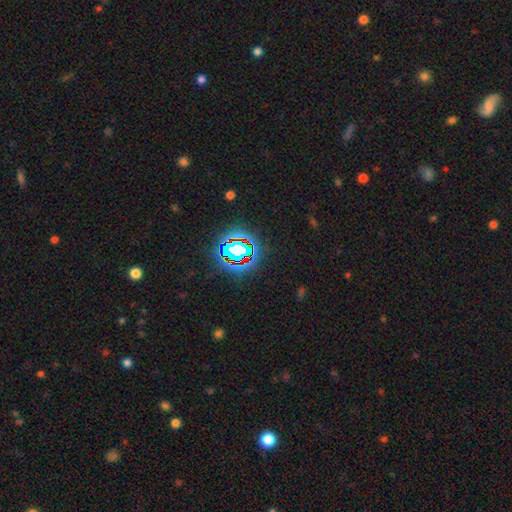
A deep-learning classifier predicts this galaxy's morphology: This is clearly a star or artifact rather than a galaxy (81%).